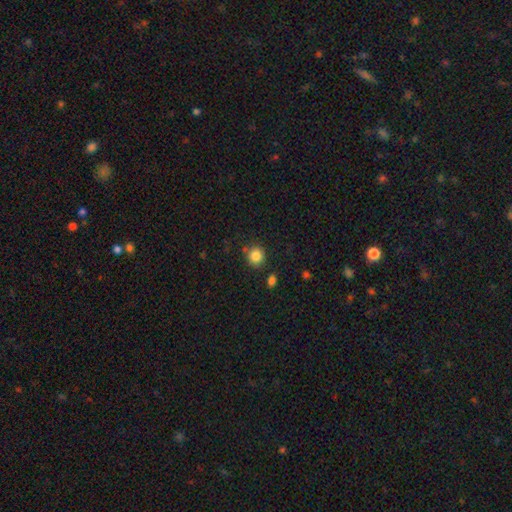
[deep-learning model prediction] Q: Smooth or featured?
A: smooth (85%); runner-up: star or artifact (11%)
Q: How rounded?
A: round (88%); runner-up: in between (11%)
Q: Merging?
A: none (82%); runner-up: minor disturbance (9%)